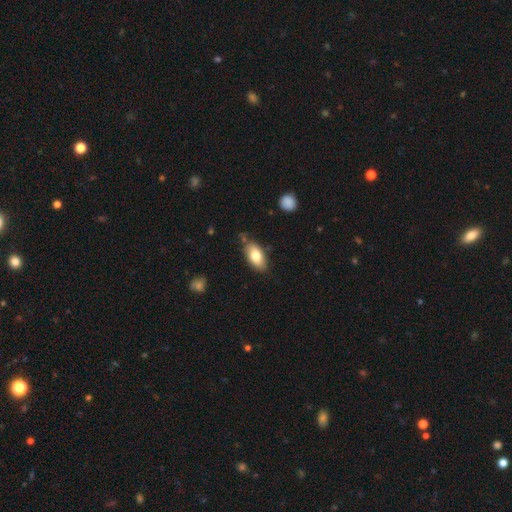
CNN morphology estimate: Smooth or featured? Predicted: smooth (p=0.78). How rounded? Predicted: in between (p=0.90). Merging? Predicted: none (p=0.74).